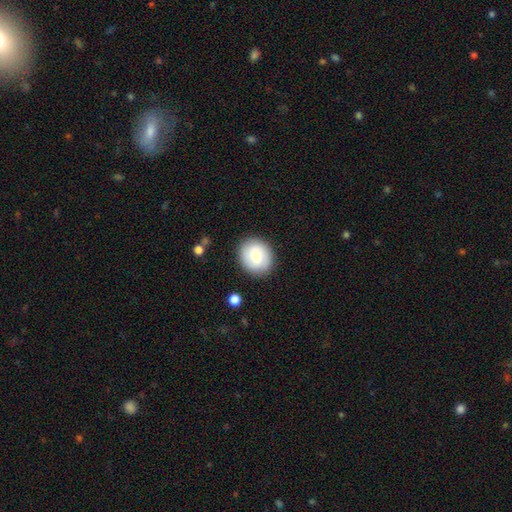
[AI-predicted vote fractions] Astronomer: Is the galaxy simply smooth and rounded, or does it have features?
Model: smooth — 69%.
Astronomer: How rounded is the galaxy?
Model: round — 74%.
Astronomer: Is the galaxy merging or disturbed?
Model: none — 87%.